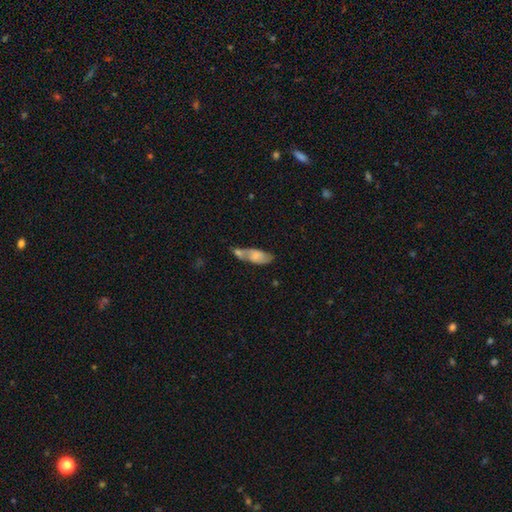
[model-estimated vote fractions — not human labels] This appears to be a smooth galaxy with no disk features (58%) that is in between round and cigar-shaped (75%). Merging: merger (47%).